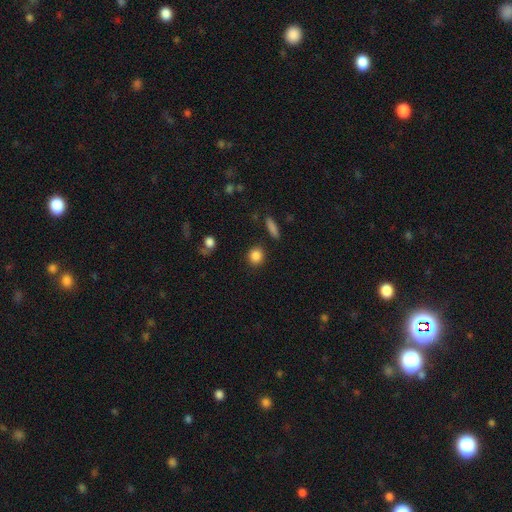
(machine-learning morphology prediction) Smooth or featured: smooth — 86% (star or artifact — 9%)
How rounded: round — 85% (in between — 13%)
Merging: none — 89% (minor disturbance — 6%)